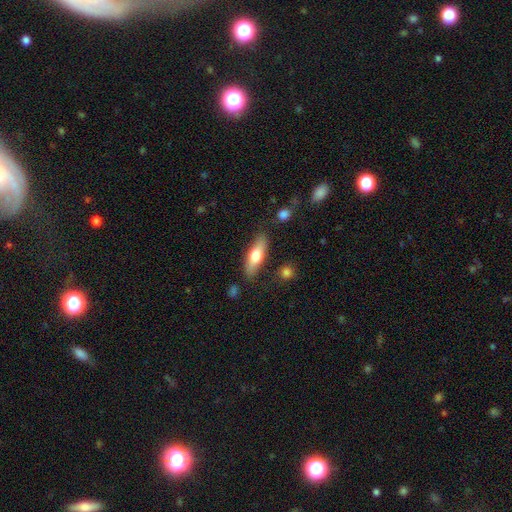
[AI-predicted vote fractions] This is likely a smooth galaxy (64%). How rounded: possibly in between (53%). Merging: clearly none (82%).